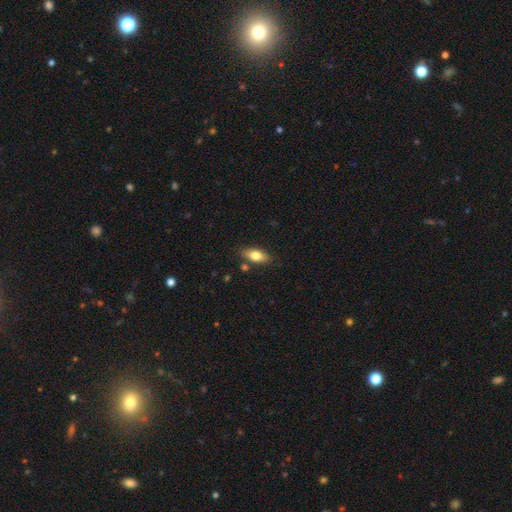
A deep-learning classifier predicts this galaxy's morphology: smooth 75%, featured or disk 17%, star or artifact 7%. Down the decision tree: how rounded — in between (82%); merging — none (79%).